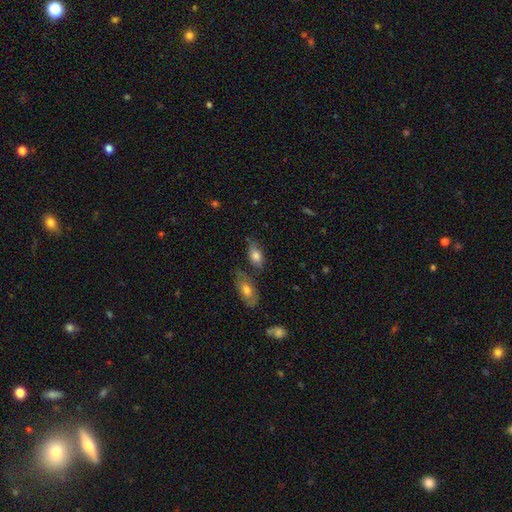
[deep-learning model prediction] A smooth galaxy with no disk features (76%) that is in between round and cigar-shaped (88%). Merging: none (59%).